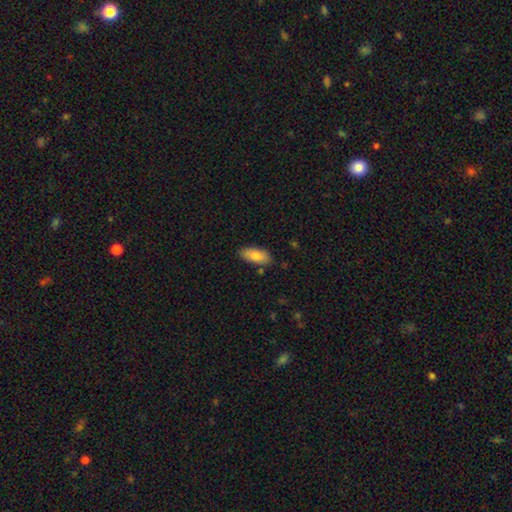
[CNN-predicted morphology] Smooth or featured? smooth (82%)
How rounded? in between (88%)
Merging? none (83%)